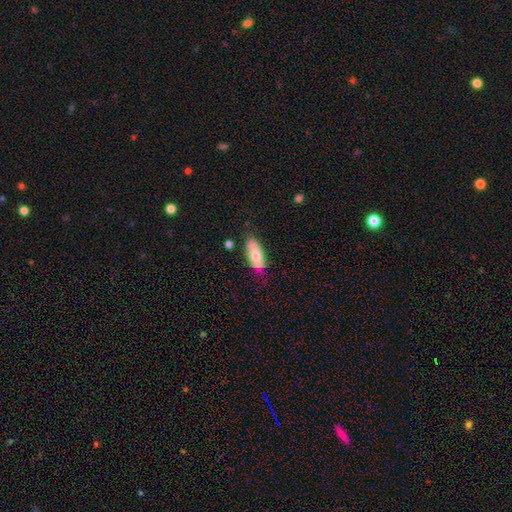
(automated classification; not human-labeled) Smooth or featured? Predicted: smooth (p=0.68). How rounded? Predicted: in between (p=0.86). Merging? Predicted: none (p=0.74).